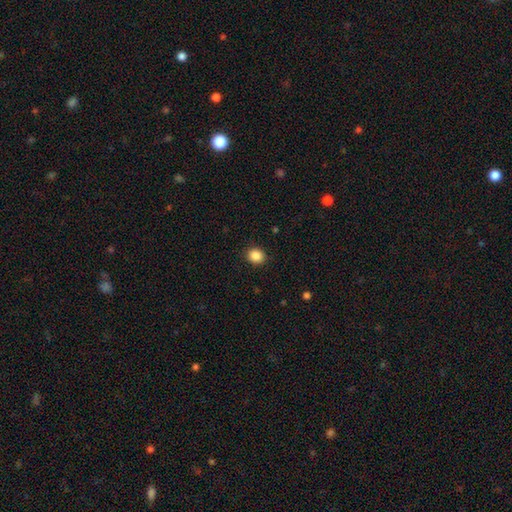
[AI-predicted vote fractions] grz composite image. It shows a smooth galaxy with no disk features (87%) that is round (70%). Merging: none (90%).